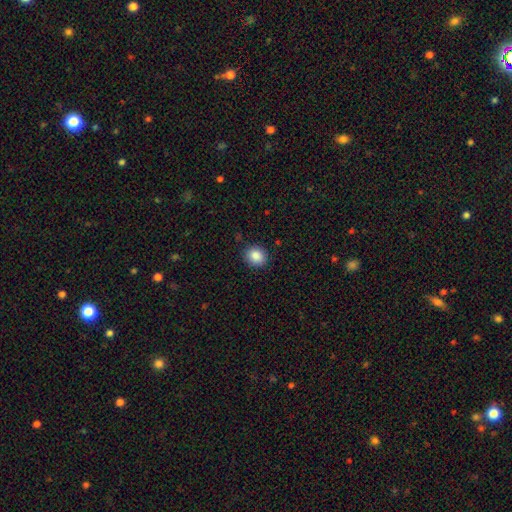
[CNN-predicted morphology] smooth 87%, star or artifact 9%, featured or disk 4%. Down the decision tree: how rounded — round (74%); merging — none (88%).